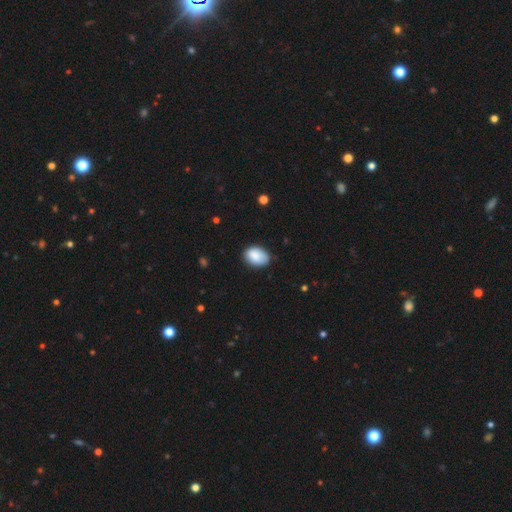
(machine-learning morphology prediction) The model was most divided on "merging": none: 76%, minor disturbance: 20%, major disturbance: 3%, merger: 1%. More confident: smooth or featured — smooth (88%); how rounded — in between (83%).